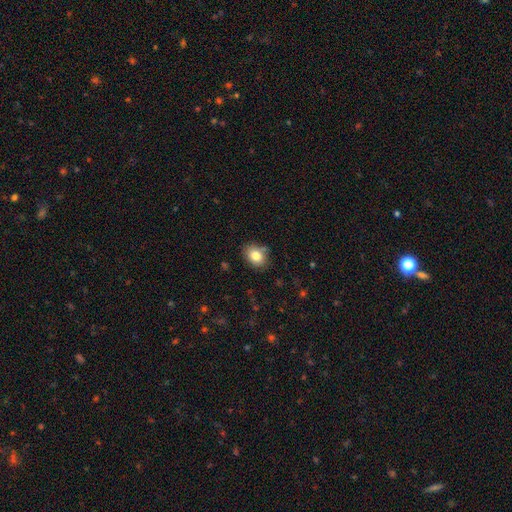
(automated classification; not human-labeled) Smooth or featured? Predicted: smooth (p=0.82). How rounded? Predicted: in between (p=0.59). Merging? Predicted: none (p=0.80).